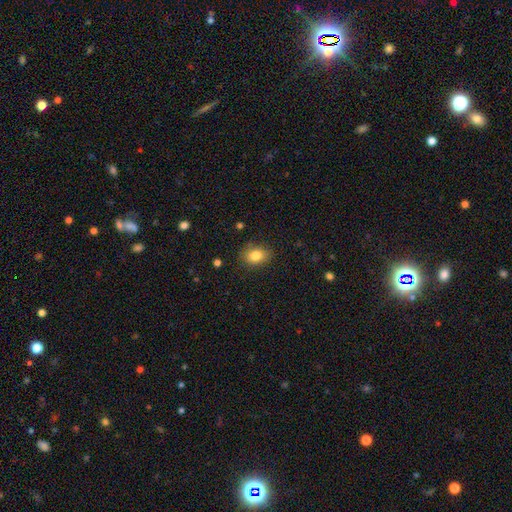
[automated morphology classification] type=smooth (83%); roundness=in between (71%); merging=none (84%).